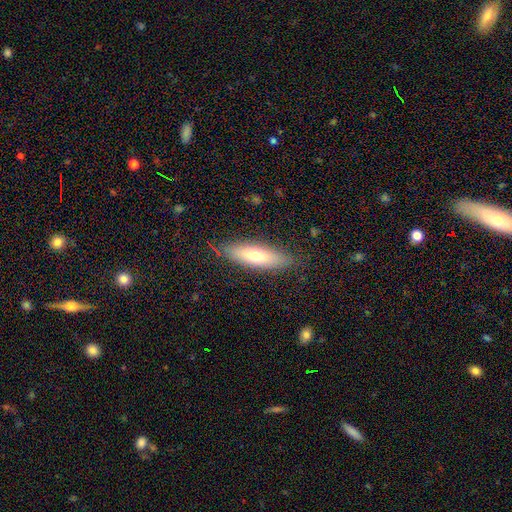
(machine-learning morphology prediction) The model was most divided on "how rounded": cigar-shaped: 56%, in between: 42%, round: 2%. More confident: merging — none (83%); smooth or featured — smooth (62%).